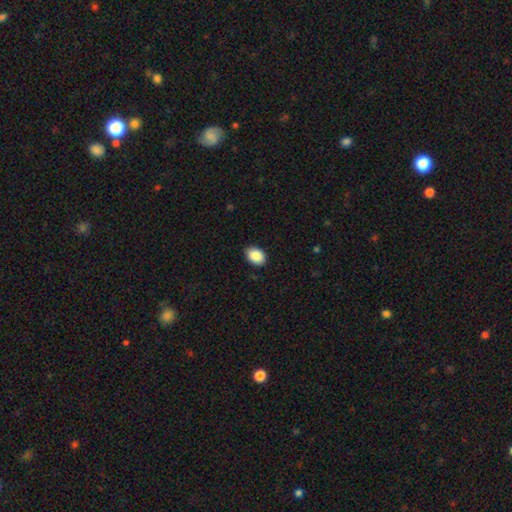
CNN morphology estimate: This is clearly a smooth galaxy (89%). How rounded: likely in between (79%). Merging: clearly none (88%).